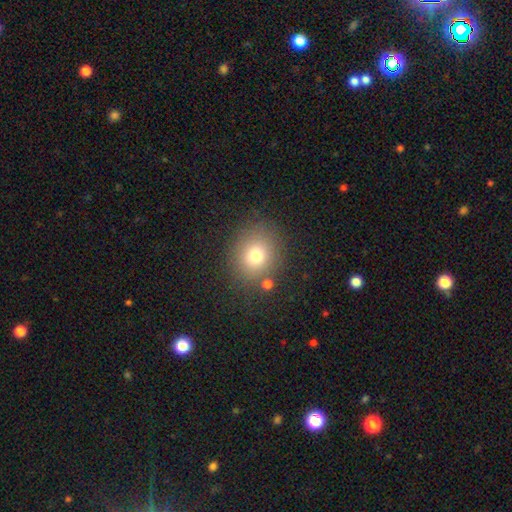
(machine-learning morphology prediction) smooth 75%, star or artifact 15%, featured or disk 10%. Down the decision tree: how rounded — round (71%); merging — none (80%).